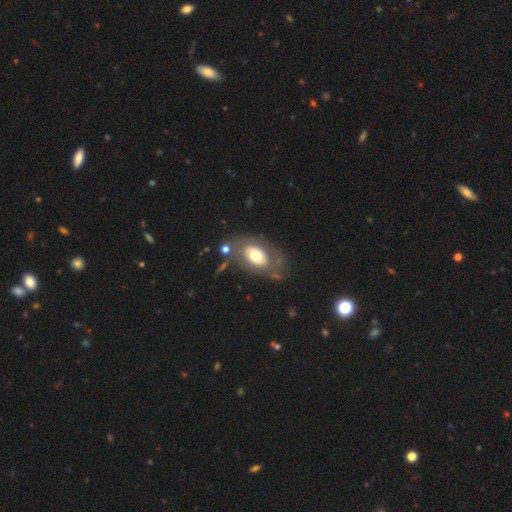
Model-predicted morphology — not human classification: A smooth galaxy with no disk features (54%) that is in between round and cigar-shaped (85%).

Vote fractions:
- Smooth or featured? smooth: 54% / featured or disk: 39% / star or artifact: 7%
- How rounded? in between: 85% / round: 13% / cigar-shaped: 2%
- Merging? none: 60% / minor disturbance: 19% / major disturbance: 13% / merger: 8%